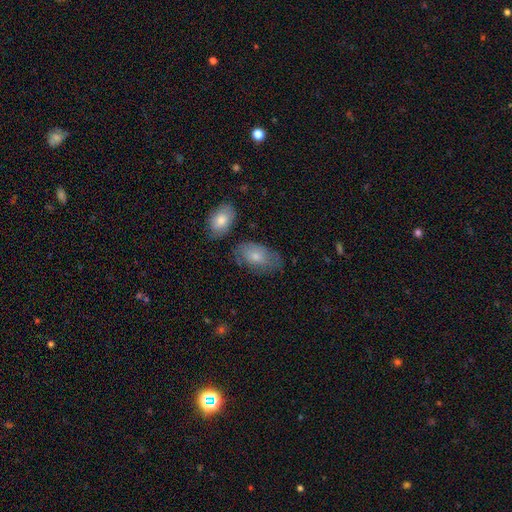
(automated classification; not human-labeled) smooth 74%, featured or disk 20%, star or artifact 7%. Down the decision tree: how rounded — in between (93%); merging — none (58%).